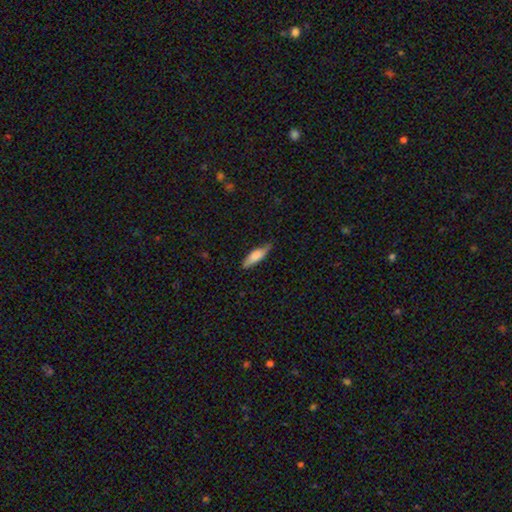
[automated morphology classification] This is likely a smooth galaxy (77%). How rounded: possibly in between (51%). Merging: likely none (72%).